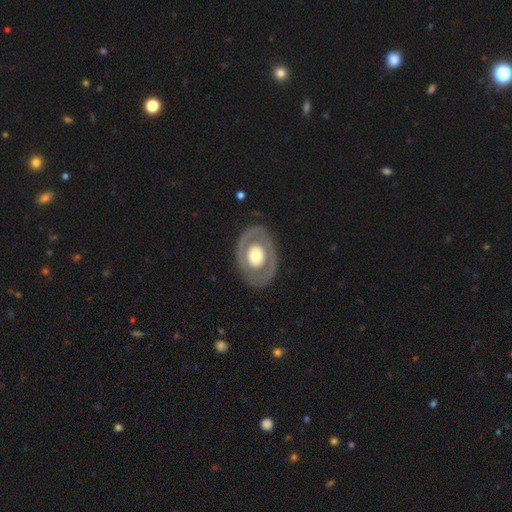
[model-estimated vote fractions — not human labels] The model was most divided on "bulge size": moderate: 51%, large: 39%, small: 5%, dominant: 4%, none: 1%. More confident: edge-on disk — no (93%); bar — no (86%); merging — none (83%); spiral arms — no (78%); smooth or featured — featured or disk (62%).